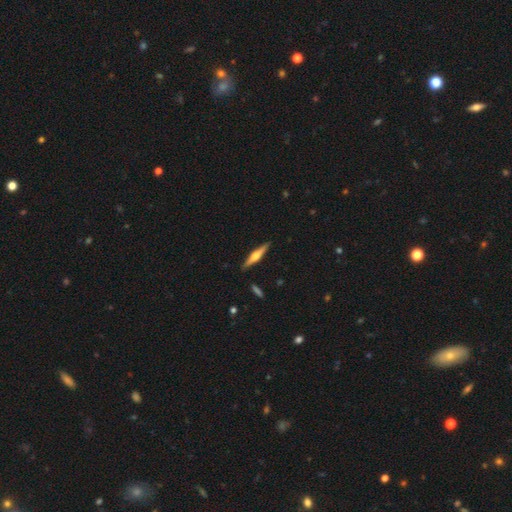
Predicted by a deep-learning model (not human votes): Smooth or featured?
  - featured or disk: 65% *
  - smooth: 29%
  - star or artifact: 5%
Edge-on disk?
  - yes: 98% *
  - no: 2%
Edge-on bulge?
  - rounded: 86% *
  - boxy: 10%
  - none: 4%
Merging?
  - none: 90% *
  - minor disturbance: 7%
  - major disturbance: 2%
  - merger: 1%